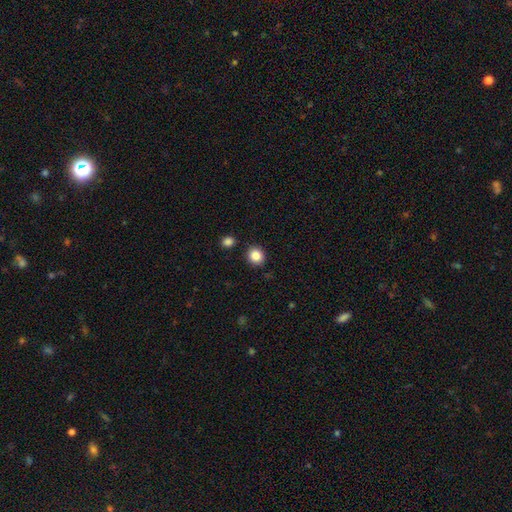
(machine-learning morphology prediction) Q: Smooth or featured?
A: smooth (85%); runner-up: star or artifact (10%)
Q: How rounded?
A: round (84%); runner-up: in between (15%)
Q: Merging?
A: none (88%); runner-up: minor disturbance (7%)